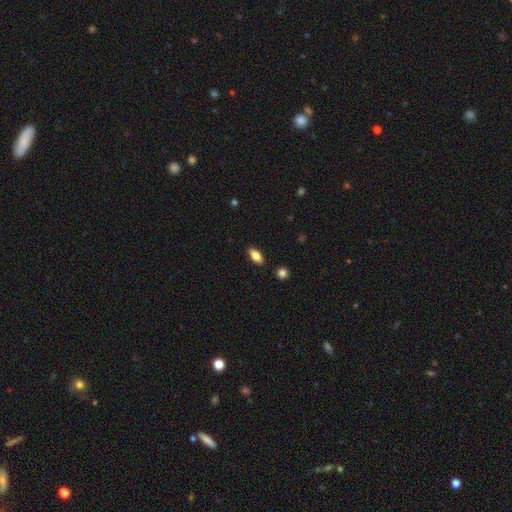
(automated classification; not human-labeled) Q: Smooth or featured?
A: smooth (80%); runner-up: featured or disk (12%)
Q: How rounded?
A: in between (85%); runner-up: cigar-shaped (12%)
Q: Merging?
A: none (88%); runner-up: minor disturbance (8%)